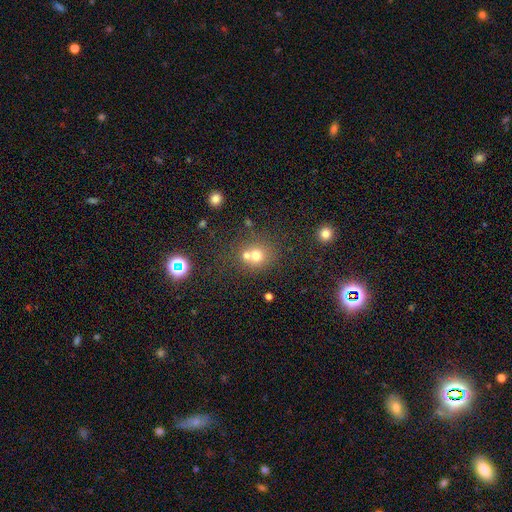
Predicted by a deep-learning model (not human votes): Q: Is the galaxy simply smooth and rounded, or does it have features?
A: smooth — 68%.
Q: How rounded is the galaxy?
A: round — 84%.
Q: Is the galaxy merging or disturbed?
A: none — 47%.